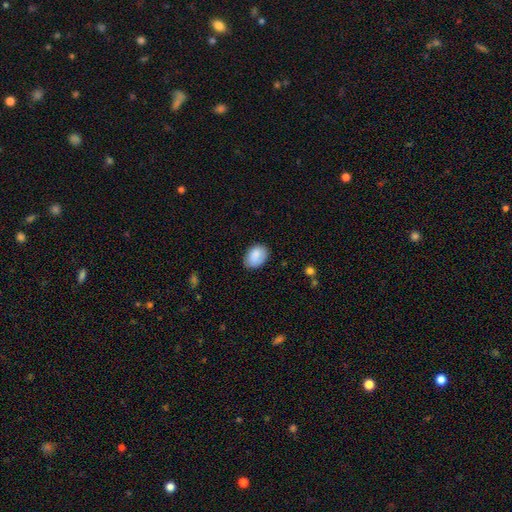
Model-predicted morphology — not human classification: smooth-or-featured: smooth: 86% | featured or disk: 8% | star or artifact: 7%
  how-rounded: in between: 82% | round: 17% | cigar-shaped: 1%
  merging: none: 76% | minor disturbance: 20% | major disturbance: 3% | merger: 1%